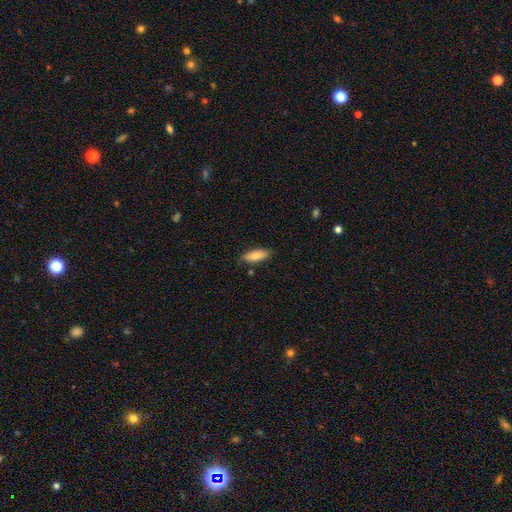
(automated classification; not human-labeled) Smooth or featured?
  - smooth: 79% *
  - featured or disk: 14%
  - star or artifact: 6%
How rounded?
  - in between: 72% *
  - cigar-shaped: 26%
  - round: 2%
Merging?
  - none: 82% *
  - minor disturbance: 14%
  - major disturbance: 2%
  - merger: 2%